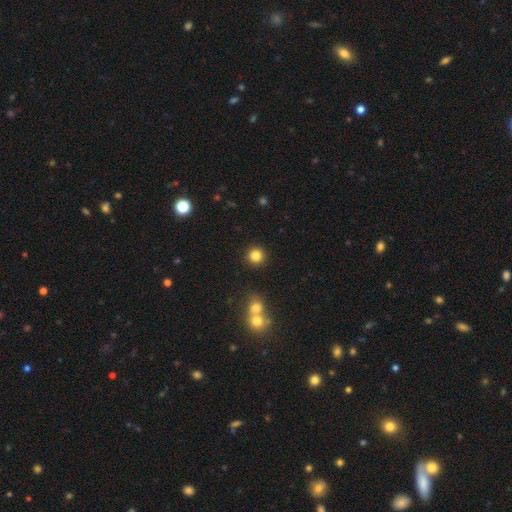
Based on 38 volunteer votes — Smooth or featured: smooth — 92% (featured or disk — 5%)
How rounded: round — 97% (in between — 3%)
Merging: none — 95% (minor disturbance — 5%)